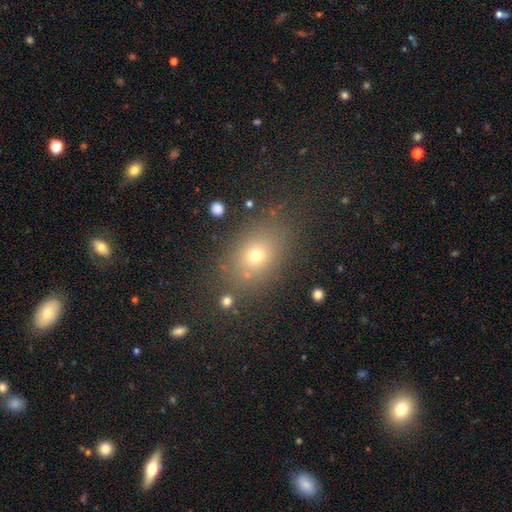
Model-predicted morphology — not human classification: Q: Smooth or featured?
A: smooth (68%); runner-up: star or artifact (19%)
Q: How rounded?
A: in between (60%); runner-up: round (38%)
Q: Merging?
A: none (79%); runner-up: minor disturbance (12%)